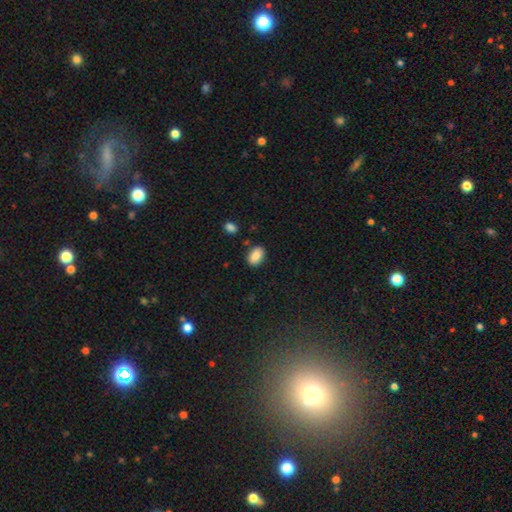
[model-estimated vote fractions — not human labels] This appears to be a smooth galaxy with no disk features (88%) that is in between round and cigar-shaped (88%). Merging: none (83%).